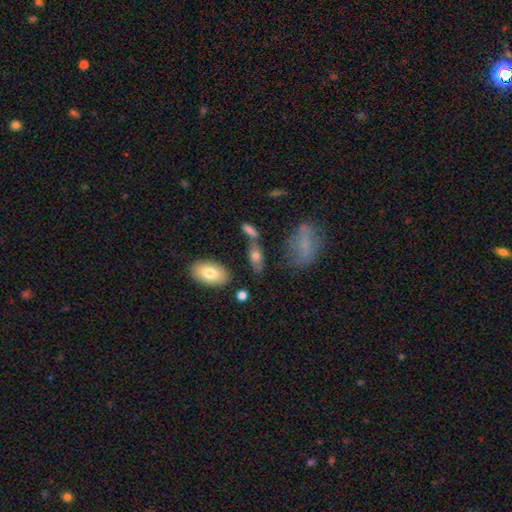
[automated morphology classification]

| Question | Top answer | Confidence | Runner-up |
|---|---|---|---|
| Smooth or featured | smooth | 58% | featured or disk (24%) |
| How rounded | in between | 84% | round (11%) |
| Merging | none | 72% | minor disturbance (16%) |